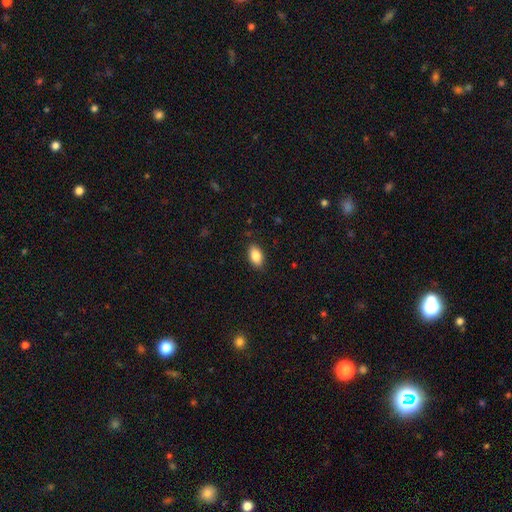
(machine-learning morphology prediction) Smooth or featured?
  - smooth: 87% *
  - star or artifact: 7%
  - featured or disk: 6%
How rounded?
  - in between: 92% *
  - round: 6%
  - cigar-shaped: 3%
Merging?
  - none: 87% *
  - minor disturbance: 10%
  - major disturbance: 2%
  - merger: 1%